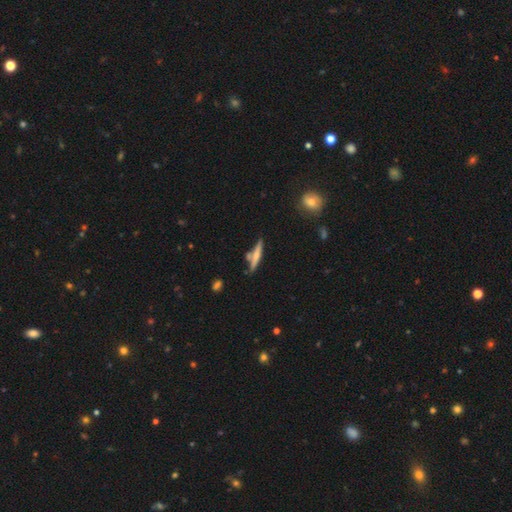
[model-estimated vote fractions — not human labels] This is possibly a featured or disk galaxy (51%). It is clearly viewed edge-on (94%). Merging: likely none (69%).